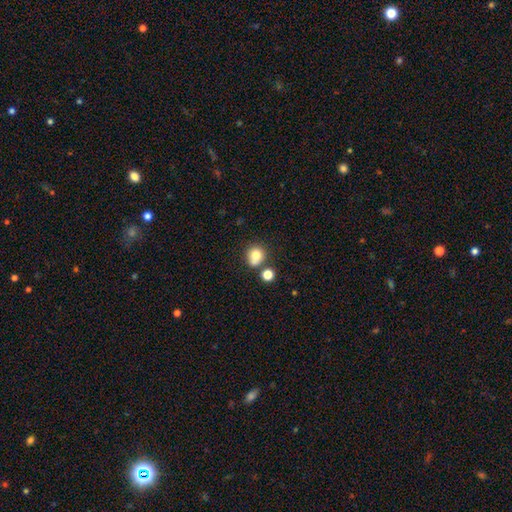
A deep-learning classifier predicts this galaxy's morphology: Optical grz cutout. It shows a smooth galaxy with no disk features (79%) that is round (83%). Merging: none (65%).